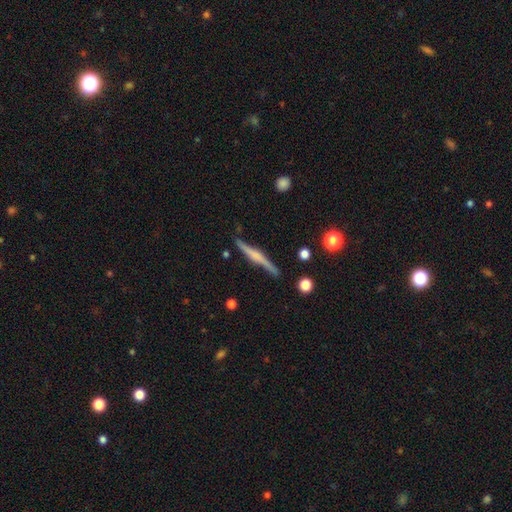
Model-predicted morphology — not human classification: smooth_or_featured: featured or disk (p=0.74) [alt: smooth p=0.20]
disk_edge_on: yes (p=0.97) [alt: no p=0.03]
edge_on_bulge: rounded (p=0.63) [alt: boxy p=0.21]
merging: none (p=0.84) [alt: minor disturbance p=0.11]